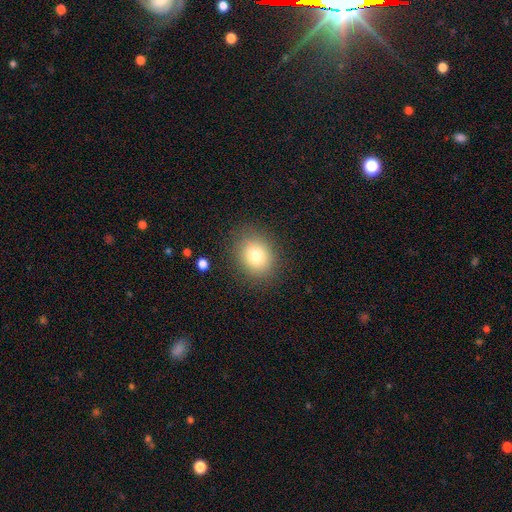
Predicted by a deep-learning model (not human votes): Smooth or featured: smooth — 78% (star or artifact — 12%)
How rounded: round — 64% (in between — 35%)
Merging: none — 85% (minor disturbance — 10%)